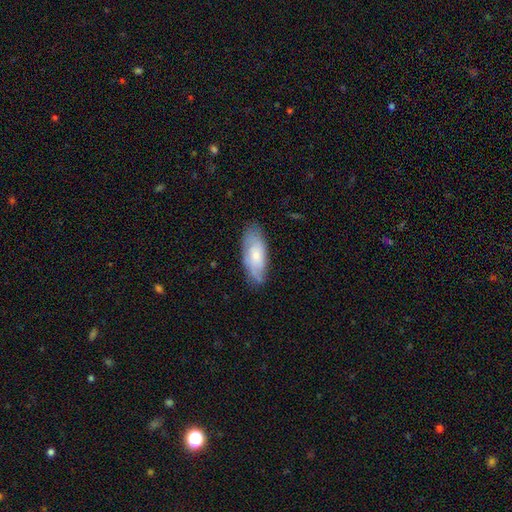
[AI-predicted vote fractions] Smooth or featured: smooth — 53% (featured or disk — 40%)
How rounded: in between — 78% (cigar-shaped — 20%)
Merging: none — 73% (minor disturbance — 21%)